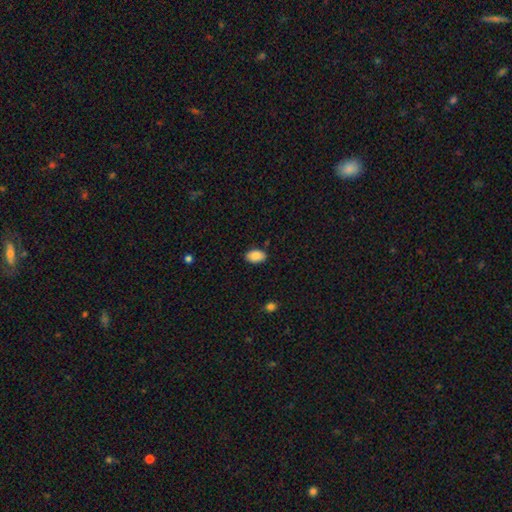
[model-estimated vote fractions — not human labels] smooth-or-featured: smooth: 88% | star or artifact: 7% | featured or disk: 5%
  how-rounded: in between: 90% | round: 9% | cigar-shaped: 1%
  merging: none: 85% | minor disturbance: 12% | major disturbance: 2% | merger: 1%